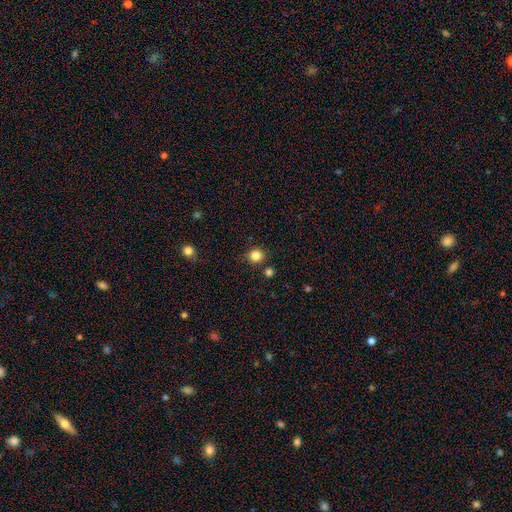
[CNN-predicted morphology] smooth-or-featured: smooth: 84% | star or artifact: 12% | featured or disk: 4%
  how-rounded: round: 91% | in between: 8% | cigar-shaped: 1%
  merging: none: 87% | minor disturbance: 7% | merger: 4% | major disturbance: 2%